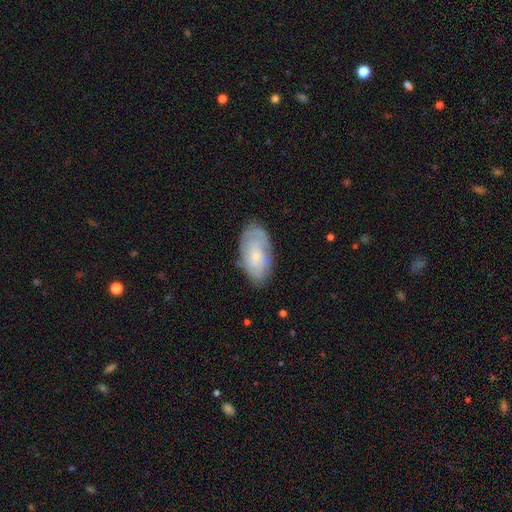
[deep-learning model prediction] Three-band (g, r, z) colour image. It shows a featured or disk galaxy (51%). Merging: none (75%).